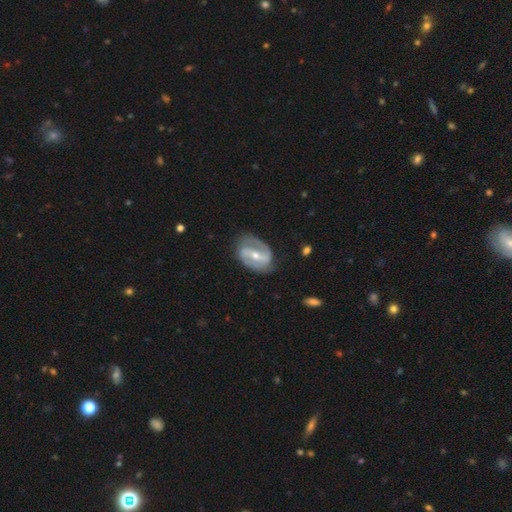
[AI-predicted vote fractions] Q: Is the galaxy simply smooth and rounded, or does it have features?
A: featured or disk — 87%.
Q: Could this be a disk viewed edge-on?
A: no — 96%.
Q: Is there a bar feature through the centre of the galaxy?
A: strong — 57%.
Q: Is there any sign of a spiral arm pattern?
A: yes — 92%.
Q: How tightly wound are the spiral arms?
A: medium — 47%.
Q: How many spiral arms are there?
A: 2 — 88%.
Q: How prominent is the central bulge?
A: moderate — 54%.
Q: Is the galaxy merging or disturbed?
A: none — 77%.